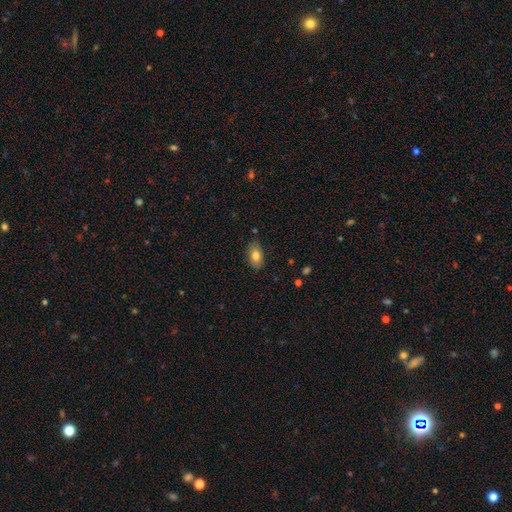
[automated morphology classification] Smooth or featured?
  - smooth: 79% *
  - featured or disk: 14%
  - star or artifact: 7%
How rounded?
  - in between: 90% *
  - round: 7%
  - cigar-shaped: 3%
Merging?
  - none: 83% *
  - minor disturbance: 13%
  - major disturbance: 2%
  - merger: 1%